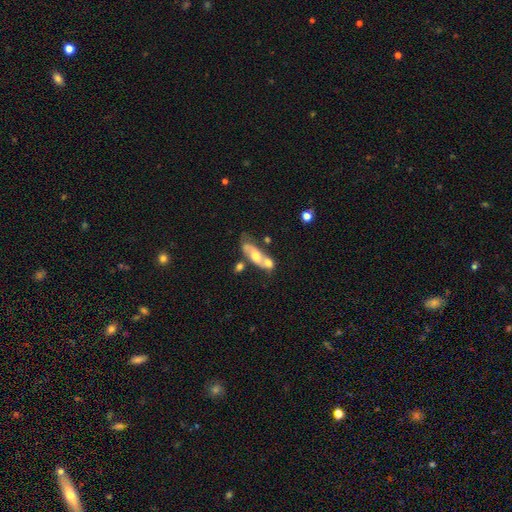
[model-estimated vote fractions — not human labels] Overall: featured or disk (53%; smooth 40%). Edge-on disk: no (78%). Merging: merger (39%; none 35%).